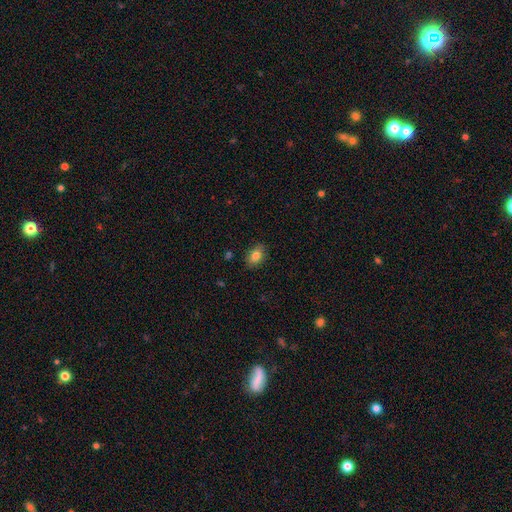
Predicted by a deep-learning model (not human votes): This appears to be a smooth galaxy with no disk features (83%) that is in between round and cigar-shaped (83%). Merging: none (85%).